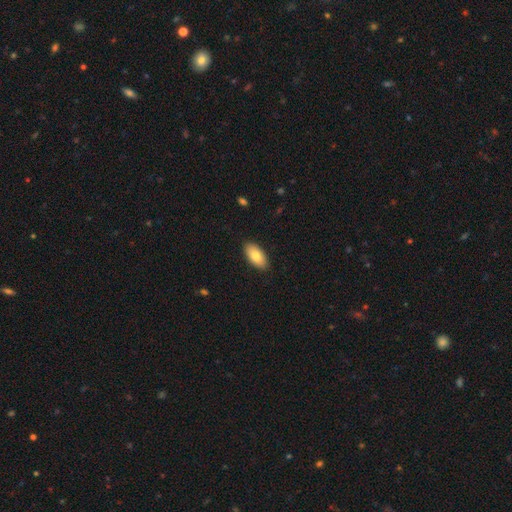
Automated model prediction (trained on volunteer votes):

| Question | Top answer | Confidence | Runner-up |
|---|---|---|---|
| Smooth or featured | smooth | 81% | featured or disk (13%) |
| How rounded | in between | 92% | cigar-shaped (5%) |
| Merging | none | 89% | minor disturbance (8%) |